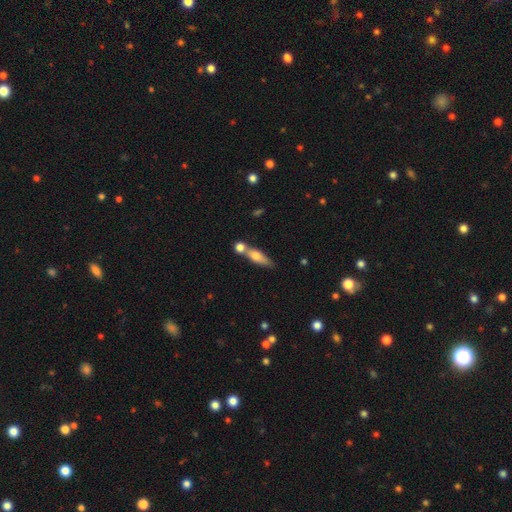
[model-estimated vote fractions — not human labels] A smooth galaxy with no disk features (63%) that is cigar-shaped (59%). Merging: none (45%).